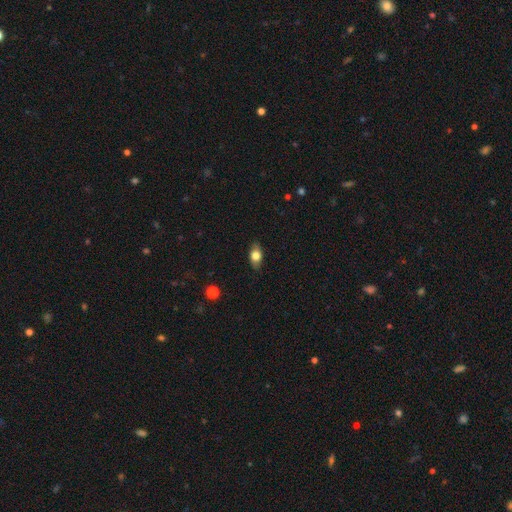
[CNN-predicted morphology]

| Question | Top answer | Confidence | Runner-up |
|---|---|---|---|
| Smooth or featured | smooth | 74% | featured or disk (18%) |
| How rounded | in between | 83% | round (12%) |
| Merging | none | 84% | minor disturbance (12%) |